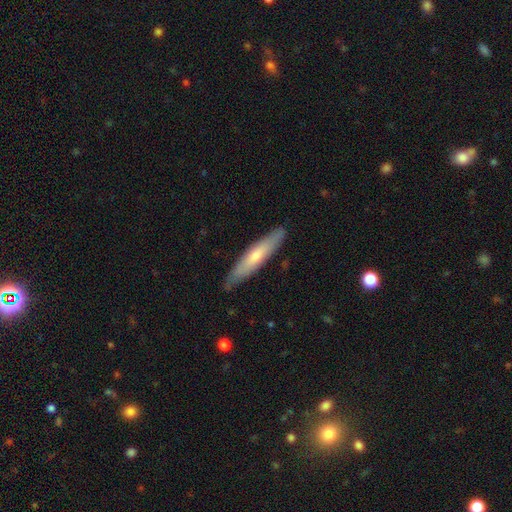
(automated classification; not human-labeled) smooth 55%, featured or disk 39%, star or artifact 6%. Down the decision tree: how rounded — cigar-shaped (87%); merging — none (84%).